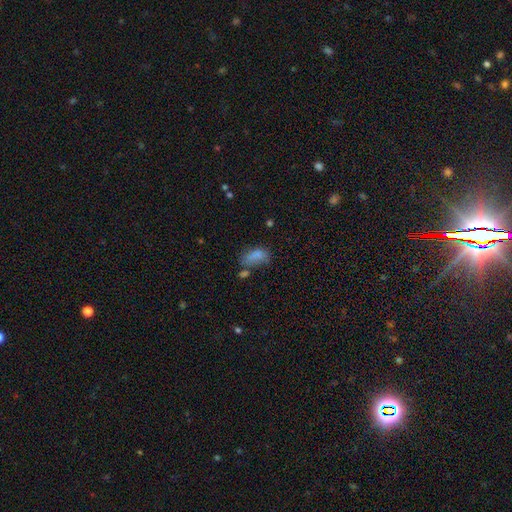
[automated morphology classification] Overall: smooth (74%). How rounded: in between (86%). Merging: none (34%; minor disturbance 27%).